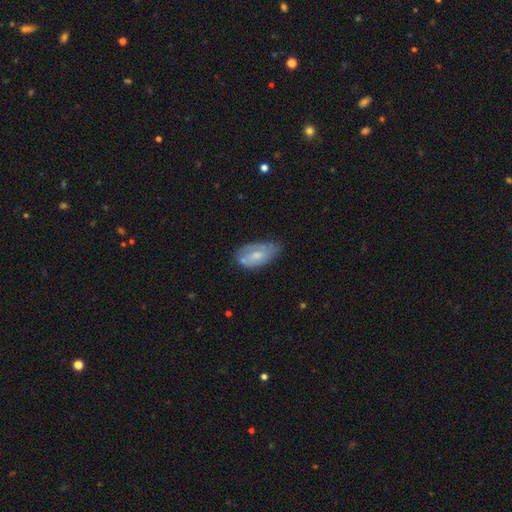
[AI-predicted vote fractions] smooth-or-featured: smooth: 54% | featured or disk: 39% | star or artifact: 7%
  how-rounded: in between: 91% | cigar-shaped: 5% | round: 4%
  merging: none: 50% | minor disturbance: 35% | major disturbance: 11% | merger: 5%